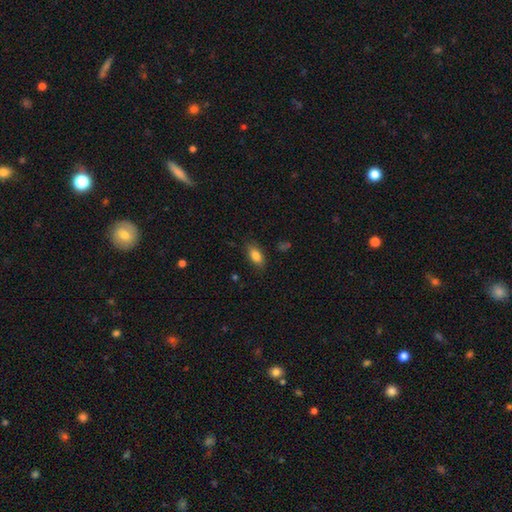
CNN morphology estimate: The model was most divided on "merging": none: 84%, minor disturbance: 12%, major disturbance: 3%, merger: 1%. More confident: how rounded — in between (87%); smooth or featured — smooth (83%).